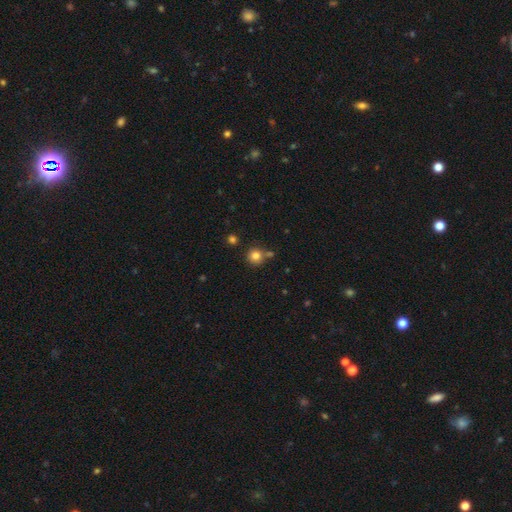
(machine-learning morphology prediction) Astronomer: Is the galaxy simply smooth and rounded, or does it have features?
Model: smooth — 82%.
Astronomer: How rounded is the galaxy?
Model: round — 93%.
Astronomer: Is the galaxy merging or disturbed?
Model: none — 74%.